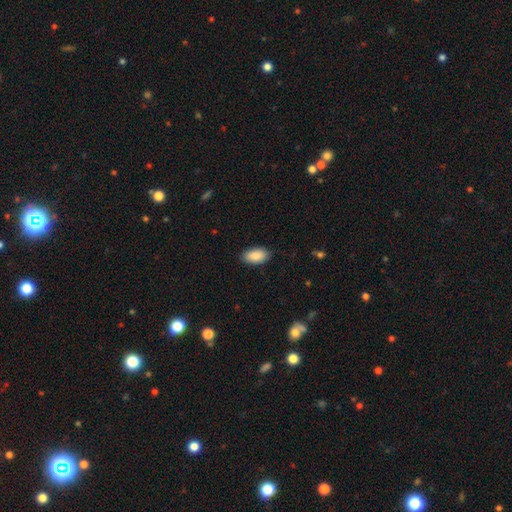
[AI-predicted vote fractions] A smooth galaxy with no disk features (89%) that is in between round and cigar-shaped (95%). Merging: none (86%).